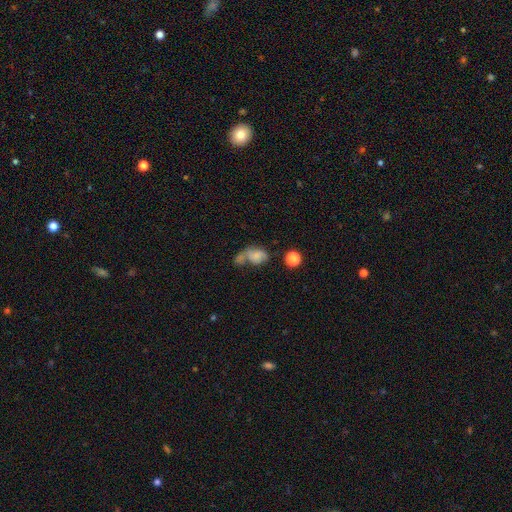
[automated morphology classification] This is likely a smooth galaxy (67%). How rounded: likely in between (76%). Merging: marginally merger (42%).